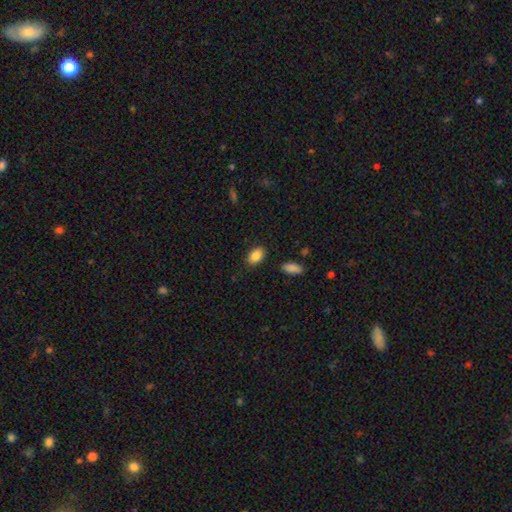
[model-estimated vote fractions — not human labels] Smooth or featured?
  - smooth: 88% *
  - star or artifact: 8%
  - featured or disk: 4%
How rounded?
  - in between: 87% *
  - round: 12%
  - cigar-shaped: 1%
Merging?
  - none: 86% *
  - minor disturbance: 9%
  - major disturbance: 3%
  - merger: 2%